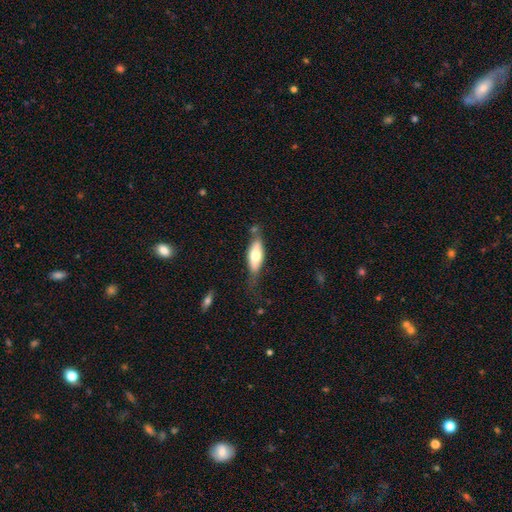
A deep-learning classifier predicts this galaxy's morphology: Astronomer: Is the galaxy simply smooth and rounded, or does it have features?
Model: smooth — 61%.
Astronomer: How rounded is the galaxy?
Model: in between — 65%.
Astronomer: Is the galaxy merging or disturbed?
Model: none — 57%.